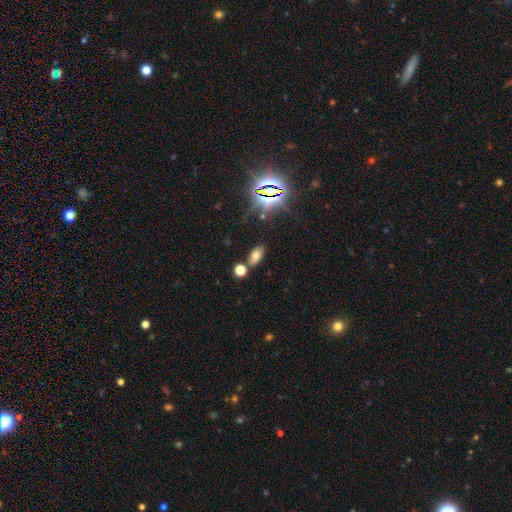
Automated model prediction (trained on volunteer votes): Smooth or featured: smooth — 65% (star or artifact — 23%)
How rounded: in between — 89% (round — 6%)
Merging: none — 72% (merger — 13%)